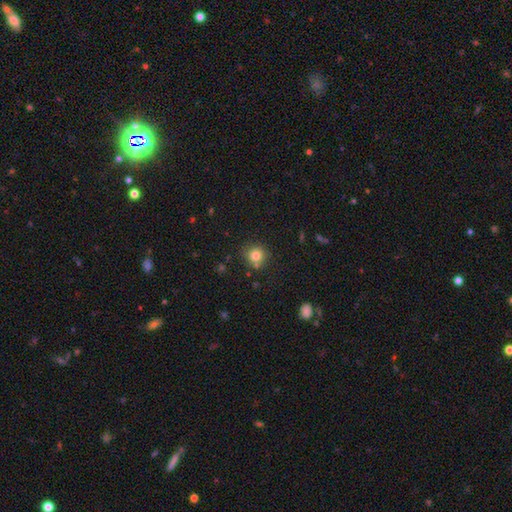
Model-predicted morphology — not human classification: type=smooth (80%); roundness=round (89%); merging=none (75%).